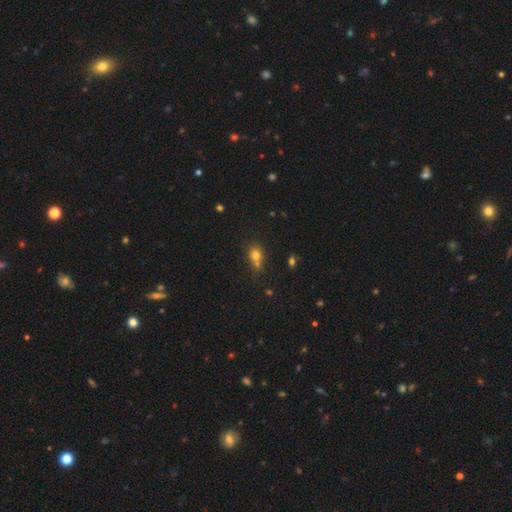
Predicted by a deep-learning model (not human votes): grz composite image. It shows a smooth galaxy with no disk features (74%) that is round (63%). Merging: none (45%).